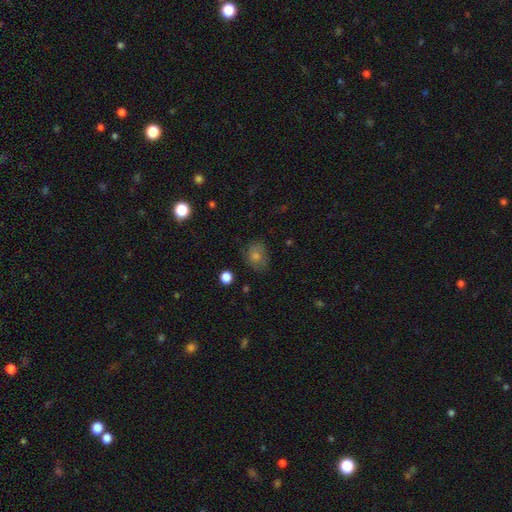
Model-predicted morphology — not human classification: Overall: smooth (64%). How rounded: round (55%; in between 44%). Merging: none (76%).